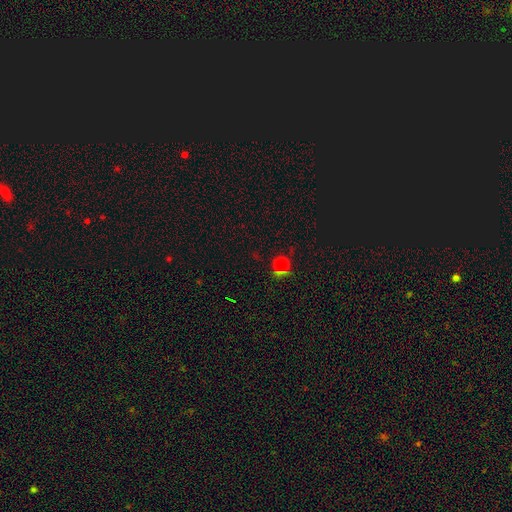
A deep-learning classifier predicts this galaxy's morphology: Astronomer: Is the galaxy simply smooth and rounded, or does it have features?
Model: smooth — 49% (runner-up: star or artifact, 43%).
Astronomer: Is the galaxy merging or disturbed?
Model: none — 76%.